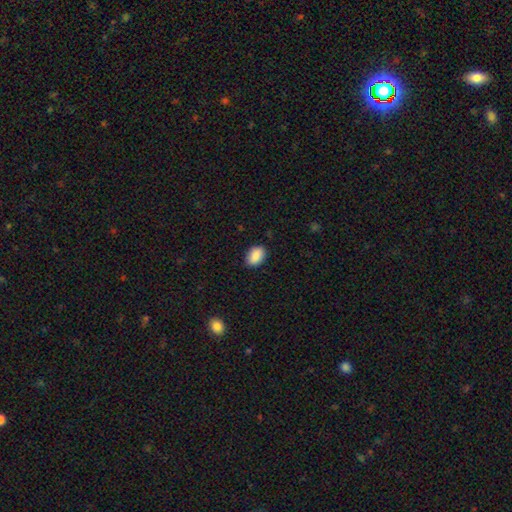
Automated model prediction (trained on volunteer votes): smooth_or_featured: smooth (p=0.87) [alt: star or artifact p=0.07]
how_rounded: in between (p=0.83) [alt: round p=0.16]
merging: none (p=0.85) [alt: minor disturbance p=0.12]